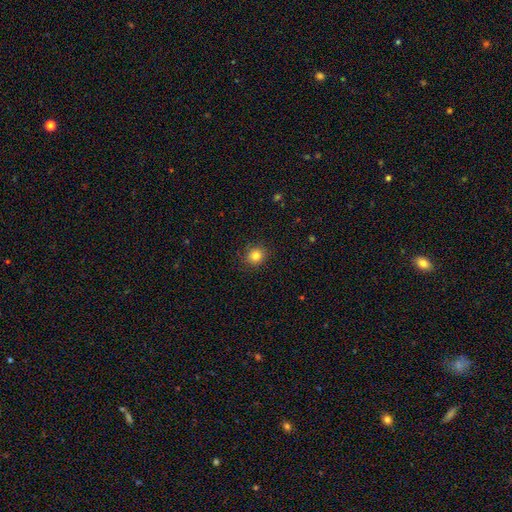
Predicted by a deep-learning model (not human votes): smooth-or-featured: smooth: 83% | star or artifact: 12% | featured or disk: 6%
  how-rounded: round: 87% | in between: 12% | cigar-shaped: 1%
  merging: none: 89% | minor disturbance: 8% | major disturbance: 2% | merger: 1%